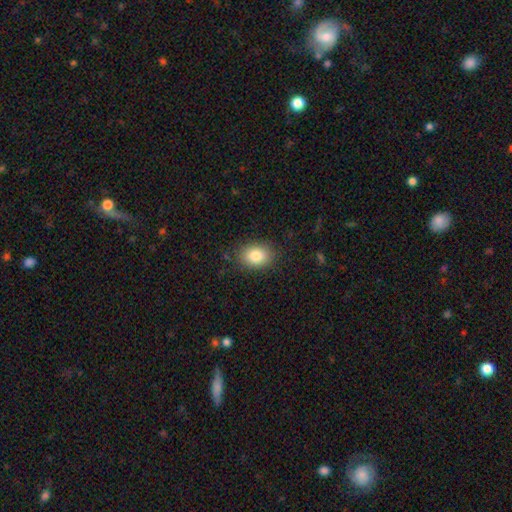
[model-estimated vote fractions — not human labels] A smooth galaxy with no disk features (84%) that is in between round and cigar-shaped (71%). Merging: none (85%).